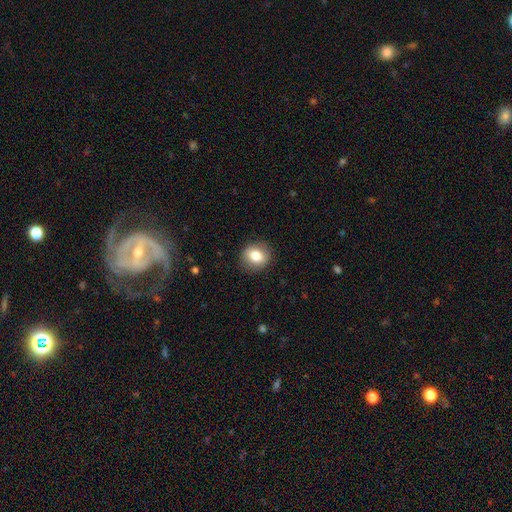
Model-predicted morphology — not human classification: This is clearly a smooth galaxy (80%). How rounded: likely round (75%). Merging: clearly none (89%).